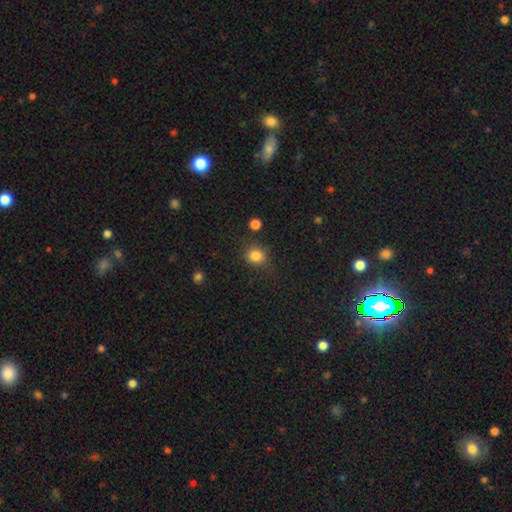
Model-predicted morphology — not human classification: The model was most divided on "how rounded": round: 73%, in between: 26%, cigar-shaped: 1%. More confident: smooth or featured — smooth (83%); merging — none (79%).